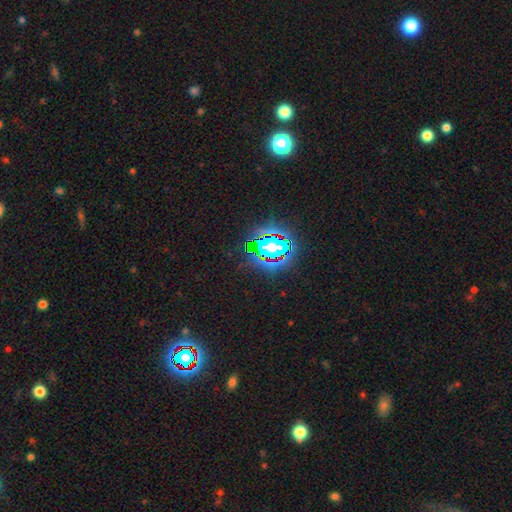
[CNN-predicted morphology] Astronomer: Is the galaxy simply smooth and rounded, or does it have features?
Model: star or artifact — 81%.